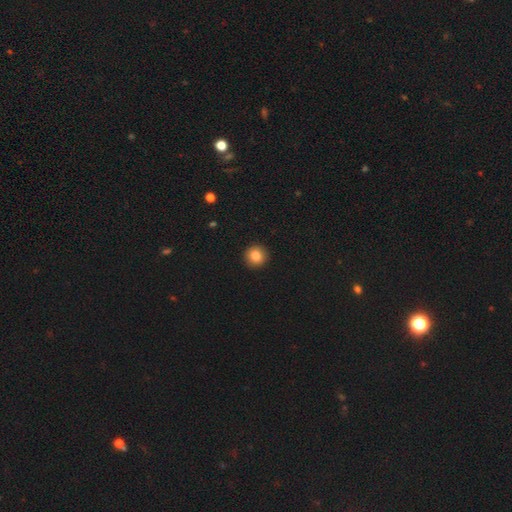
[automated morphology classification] Overall: smooth (83%). How rounded: round (94%). Merging: none (94%).